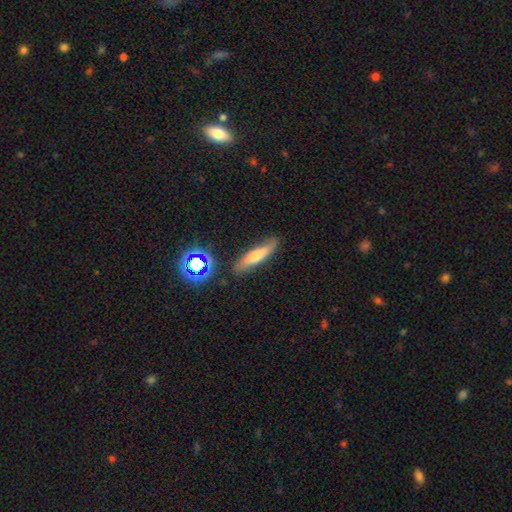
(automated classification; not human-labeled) smooth 53%, featured or disk 33%, star or artifact 14%. Down the decision tree: how rounded — cigar-shaped (74%); merging — none (80%).